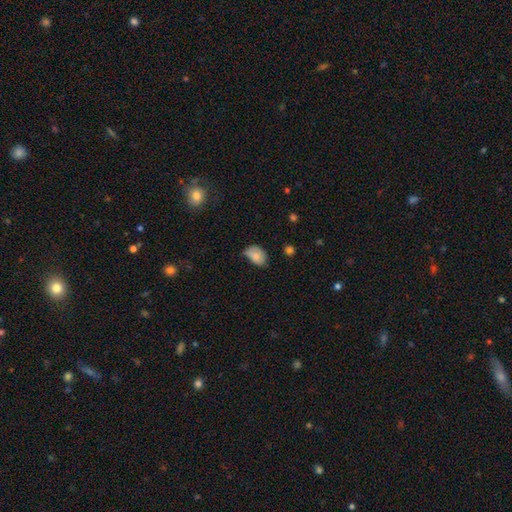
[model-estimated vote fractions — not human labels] This appears to be a smooth galaxy with no disk features (77%) that is in between round and cigar-shaped (83%). Merging: minor disturbance (46%).